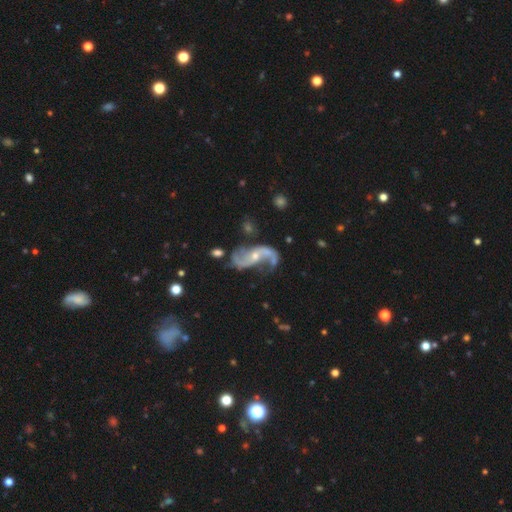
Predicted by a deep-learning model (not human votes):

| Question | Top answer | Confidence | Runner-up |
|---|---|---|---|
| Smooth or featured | featured or disk | 89% | star or artifact (5%) |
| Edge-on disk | no | 96% | yes (4%) |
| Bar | no | 53% | weak (32%) |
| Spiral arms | yes | 95% | no (5%) |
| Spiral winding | loose | 77% | medium (18%) |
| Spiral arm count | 2 | 91% | can't tell (2%) |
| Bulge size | small | 60% | moderate (35%) |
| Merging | none | 54% | minor disturbance (21%) |